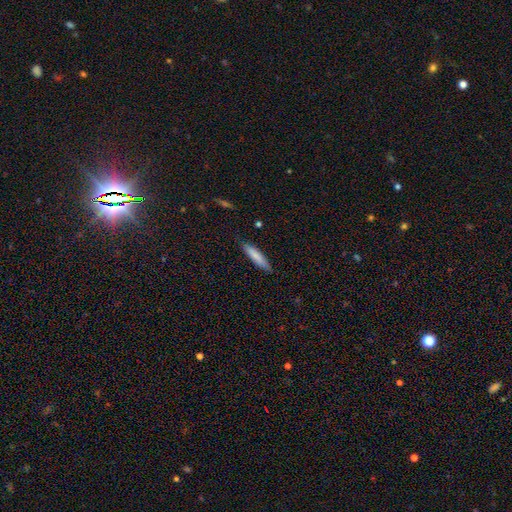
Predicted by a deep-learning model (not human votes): Smooth or featured? smooth (78%)
How rounded? cigar-shaped (82%)
Merging? none (84%)